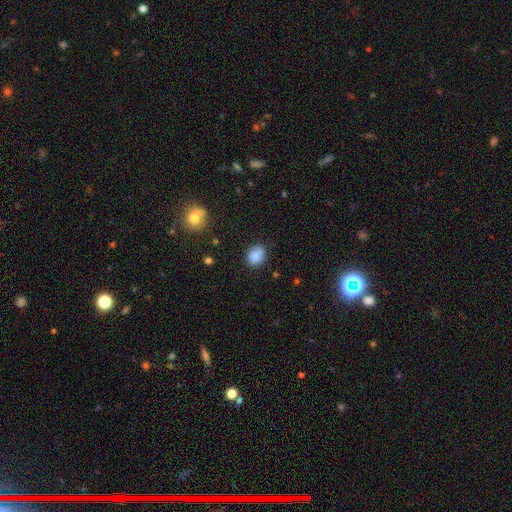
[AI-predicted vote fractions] A smooth galaxy with no disk features (85%) that is in between round and cigar-shaped (54%).

Vote fractions:
- Smooth or featured? smooth: 85% / star or artifact: 9% / featured or disk: 6%
- How rounded? in between: 54% / round: 45% / cigar-shaped: 1%
- Merging? none: 73% / minor disturbance: 19% / major disturbance: 4% / merger: 4%